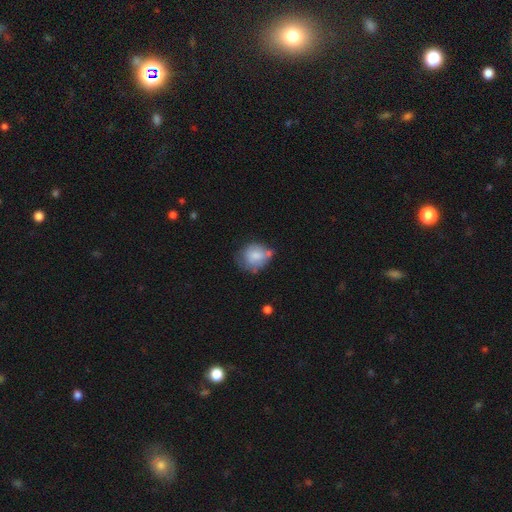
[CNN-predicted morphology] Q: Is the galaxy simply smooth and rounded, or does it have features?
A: smooth — 74%.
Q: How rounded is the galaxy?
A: round — 69%.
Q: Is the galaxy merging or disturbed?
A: none — 43%.